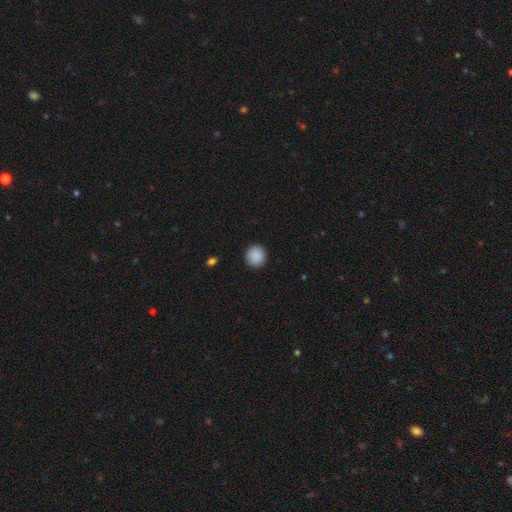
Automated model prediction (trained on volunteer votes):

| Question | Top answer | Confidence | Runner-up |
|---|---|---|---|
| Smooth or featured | smooth | 90% | star or artifact (8%) |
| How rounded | round | 91% | in between (8%) |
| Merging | none | 92% | minor disturbance (6%) |